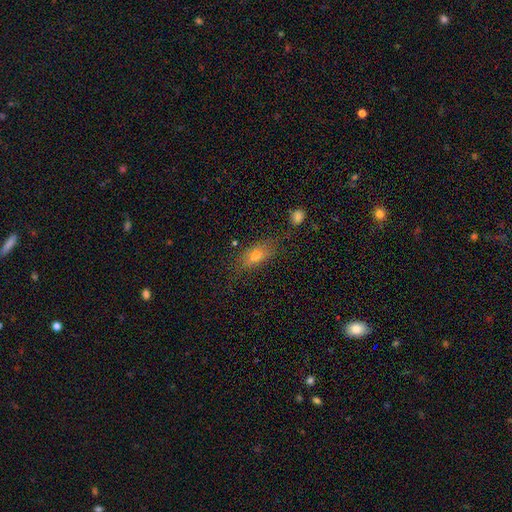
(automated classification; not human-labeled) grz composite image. It shows a smooth galaxy with no disk features (61%) that is in between round and cigar-shaped (71%). Merging: none (69%).